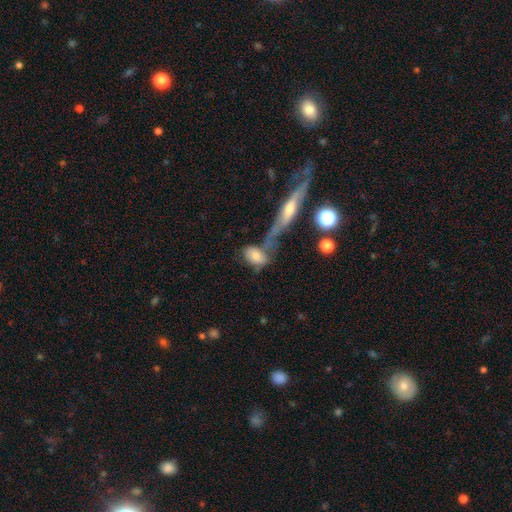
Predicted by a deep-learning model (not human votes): This is likely a smooth galaxy (73%). How rounded: clearly in between (84%). Merging: marginally merger (41%).